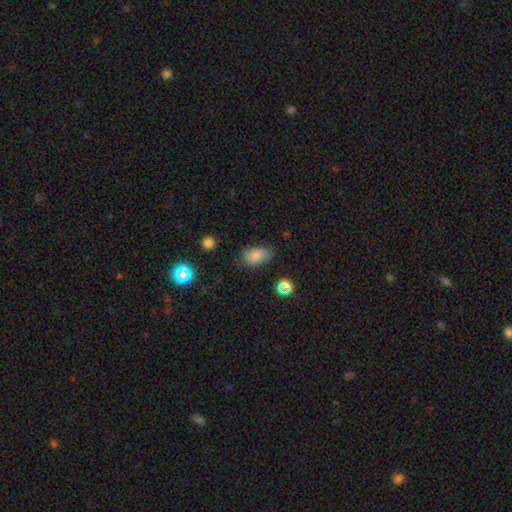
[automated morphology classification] smooth 81%, star or artifact 11%, featured or disk 8%. Down the decision tree: how rounded — in between (88%); merging — none (66%).